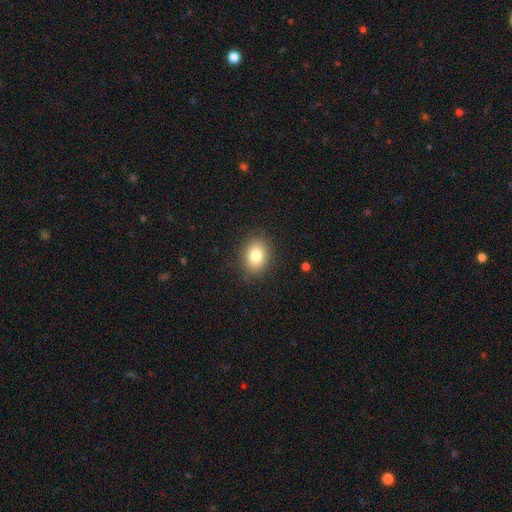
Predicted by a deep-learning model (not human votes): smooth_or_featured: smooth (p=0.81) [alt: star or artifact p=0.10]
how_rounded: in between (p=0.58) [alt: round p=0.41]
merging: none (p=0.87) [alt: minor disturbance p=0.09]